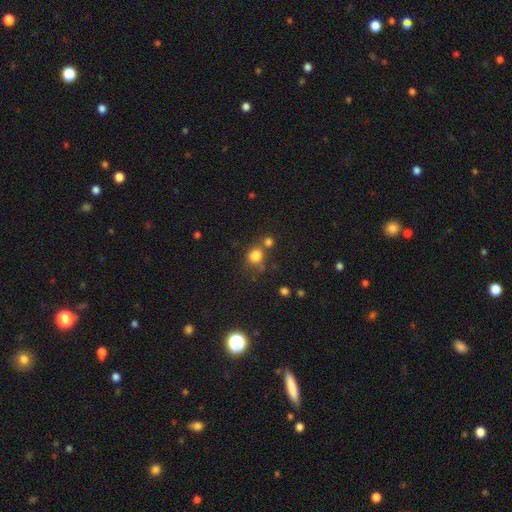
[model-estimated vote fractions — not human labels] smooth_or_featured: smooth (p=0.79) [alt: star or artifact p=0.14]
how_rounded: round (p=0.64) [alt: in between p=0.35]
merging: none (p=0.47) [alt: merger p=0.31]